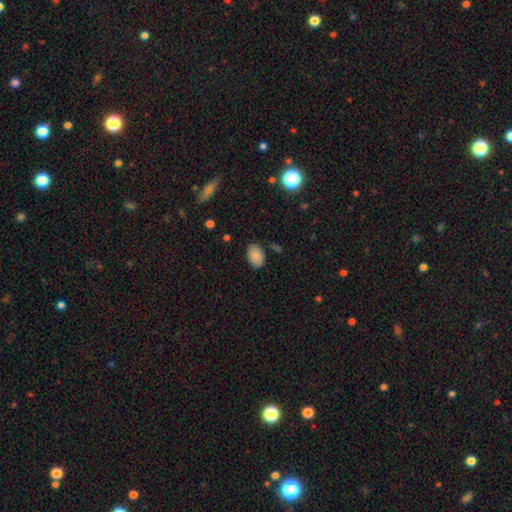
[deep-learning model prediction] Smooth or featured: smooth — 86% (star or artifact — 8%)
How rounded: in between — 88% (round — 11%)
Merging: none — 83% (minor disturbance — 12%)